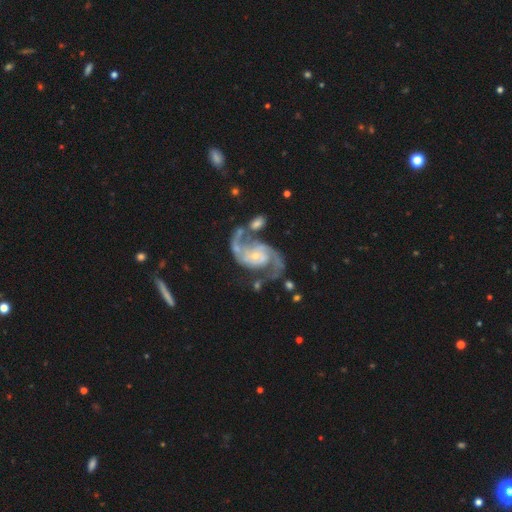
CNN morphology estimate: Q: Smooth or featured?
A: featured or disk (93%); runner-up: star or artifact (4%)
Q: Edge-on disk?
A: no (98%); runner-up: yes (2%)
Q: Bar?
A: no (61%); runner-up: weak (29%)
Q: Spiral arms?
A: yes (98%); runner-up: no (2%)
Q: Spiral winding?
A: medium (54%); runner-up: loose (32%)
Q: Spiral arm count?
A: 2 (93%); runner-up: can't tell (2%)
Q: Bulge size?
A: small (67%); runner-up: moderate (27%)
Q: Merging?
A: none (57%); runner-up: minor disturbance (17%)